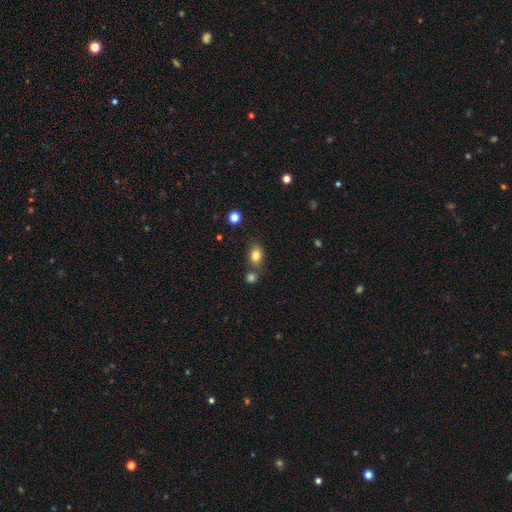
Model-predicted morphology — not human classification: The model was most divided on "how rounded": in between: 72%, round: 27%, cigar-shaped: 2%. More confident: smooth or featured — smooth (80%); merging — none (66%).